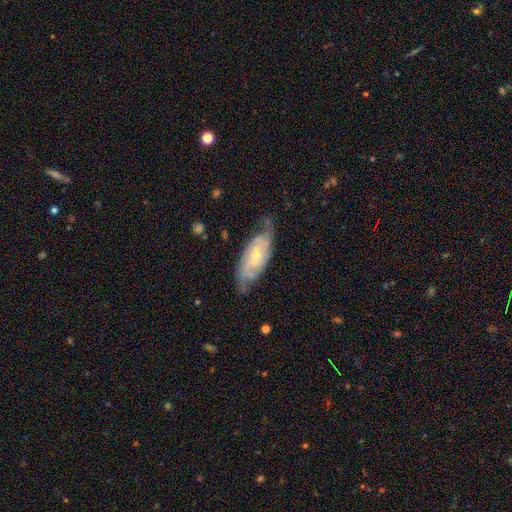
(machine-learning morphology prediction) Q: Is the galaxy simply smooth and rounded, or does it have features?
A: featured or disk — 78%.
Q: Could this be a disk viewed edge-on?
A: no — 90%.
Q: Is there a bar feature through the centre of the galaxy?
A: no — 49%.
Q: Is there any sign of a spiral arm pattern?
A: yes — 94%.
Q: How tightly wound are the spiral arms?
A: tight — 48%.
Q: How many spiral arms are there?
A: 2 — 62%.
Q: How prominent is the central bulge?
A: small — 55%.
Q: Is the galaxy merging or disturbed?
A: none — 66%.